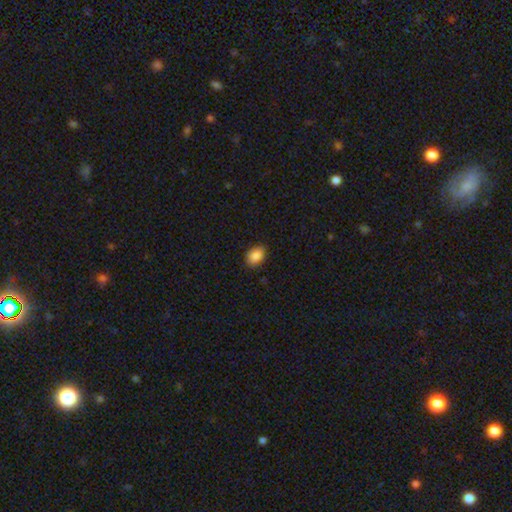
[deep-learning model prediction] smooth_or_featured: smooth (p=0.88) [alt: star or artifact p=0.08]
how_rounded: in between (p=0.74) [alt: round p=0.24]
merging: none (p=0.84) [alt: minor disturbance p=0.13]